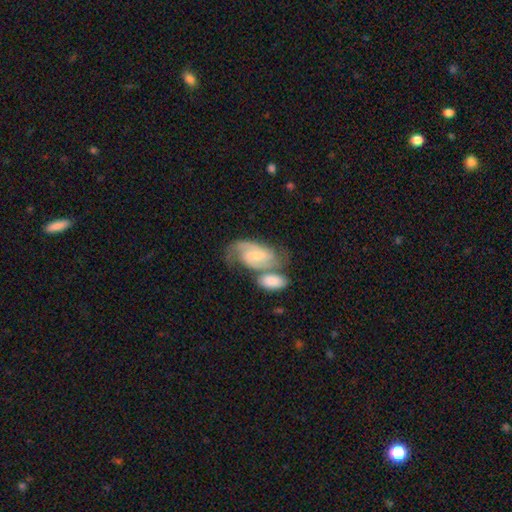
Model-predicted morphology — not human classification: Smooth or featured: featured or disk — 76% (smooth — 18%)
Edge-on disk: no — 96% (yes — 4%)
Bar: weak — 43% (no — 42%)
Spiral arms: yes — 94% (no — 6%)
Spiral winding: medium — 48% (tight — 32%)
Spiral arm count: 2 — 78% (can't tell — 10%)
Bulge size: small — 60% (moderate — 32%)
Merging: merger — 44% (none — 35%)